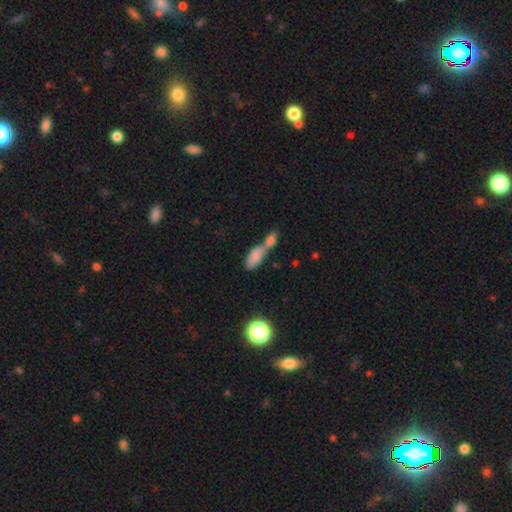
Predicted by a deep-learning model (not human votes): Smooth or featured? Predicted: smooth (p=0.79). How rounded? Predicted: in between (p=0.81). Merging? Predicted: merger (p=0.71).